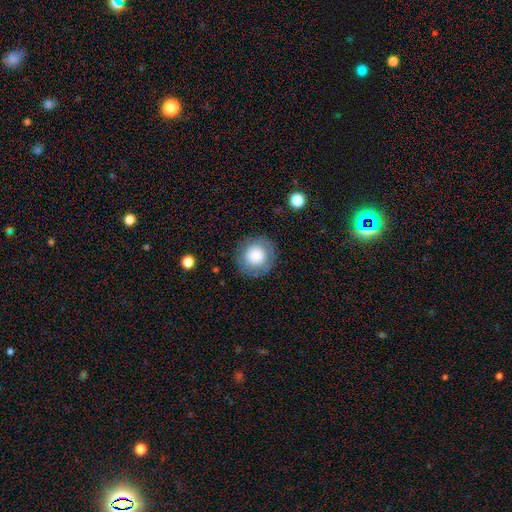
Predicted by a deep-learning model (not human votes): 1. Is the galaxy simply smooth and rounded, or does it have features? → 81% smooth, 10% featured or disk, 9% star or artifact.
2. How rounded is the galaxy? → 93% round, 6% in between, 1% cigar-shaped.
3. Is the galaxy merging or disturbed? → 86% none, 9% minor disturbance, 4% major disturbance, 1% merger.